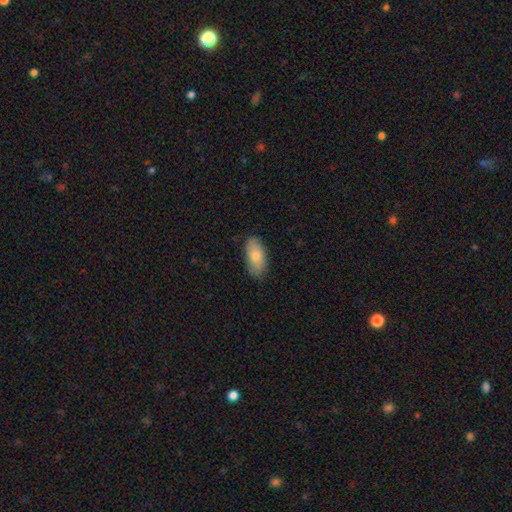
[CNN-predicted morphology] Smooth or featured? Predicted: smooth (p=0.79). How rounded? Predicted: in between (p=0.91). Merging? Predicted: none (p=0.81).